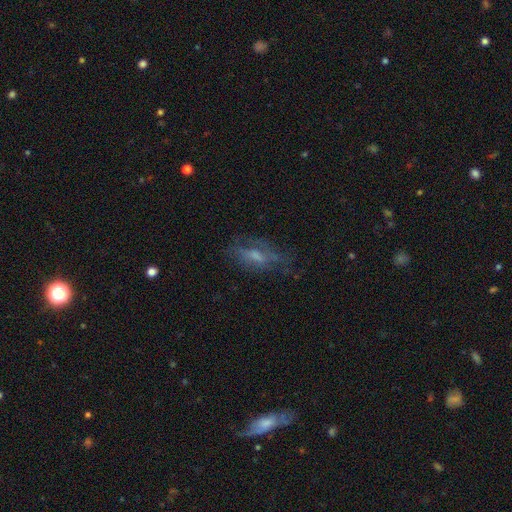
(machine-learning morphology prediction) smooth_or_featured: featured or disk (p=0.49) [alt: smooth p=0.36]
merging: none (p=0.54) [alt: minor disturbance p=0.23]